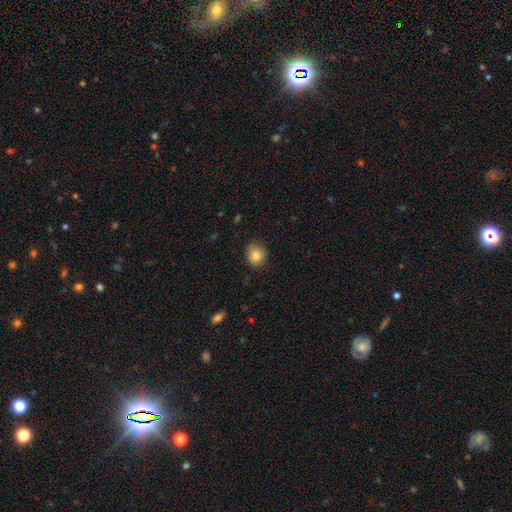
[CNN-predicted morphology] Smooth or featured? smooth (84%)
How rounded? round (70%)
Merging? none (82%)